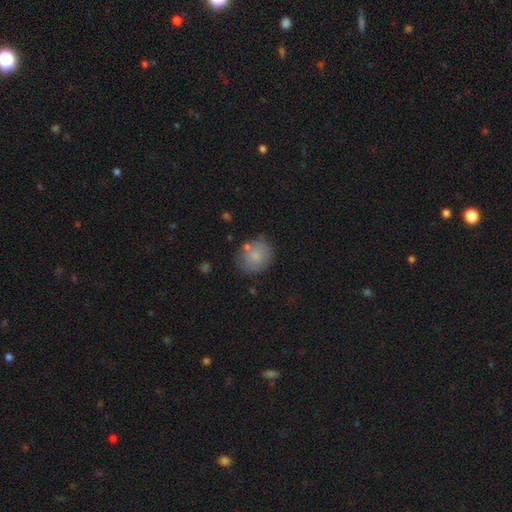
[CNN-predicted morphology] type=smooth (75%); roundness=round (67%); merging=none (66%).